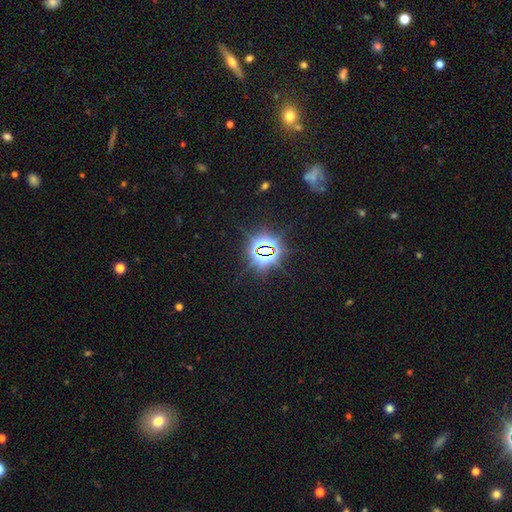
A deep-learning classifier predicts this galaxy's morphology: Smooth or featured? star or artifact (84%)